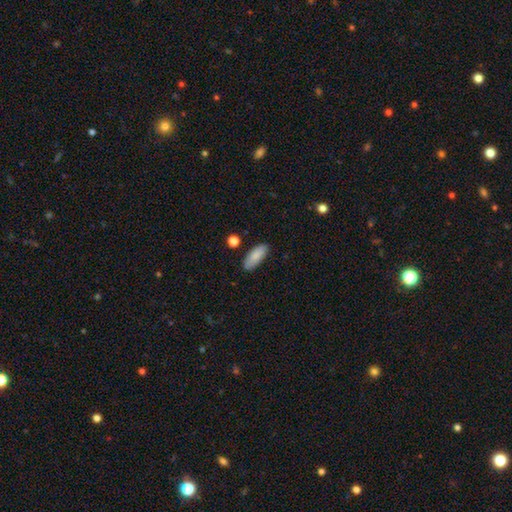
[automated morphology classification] Q: Smooth or featured?
A: smooth (86%); runner-up: featured or disk (7%)
Q: How rounded?
A: in between (74%); runner-up: cigar-shaped (24%)
Q: Merging?
A: none (83%); runner-up: minor disturbance (12%)